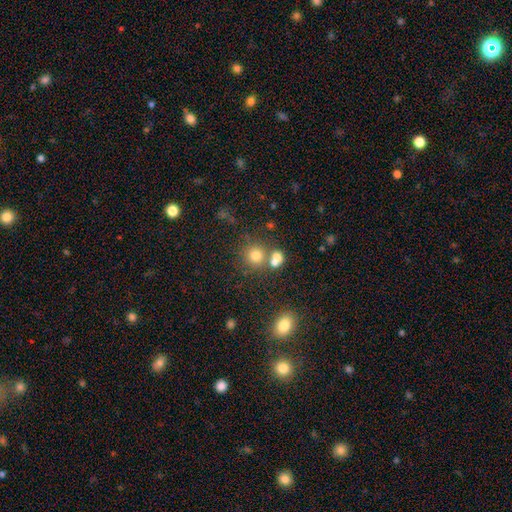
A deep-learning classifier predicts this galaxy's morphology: smooth_or_featured: smooth (p=0.74) [alt: star or artifact p=0.15]
how_rounded: round (p=0.88) [alt: in between p=0.11]
merging: none (p=0.61) [alt: merger p=0.26]